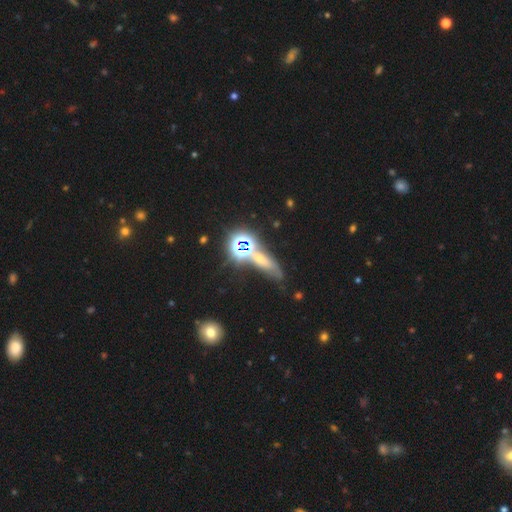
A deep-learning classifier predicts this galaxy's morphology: type=star or artifact (46%).